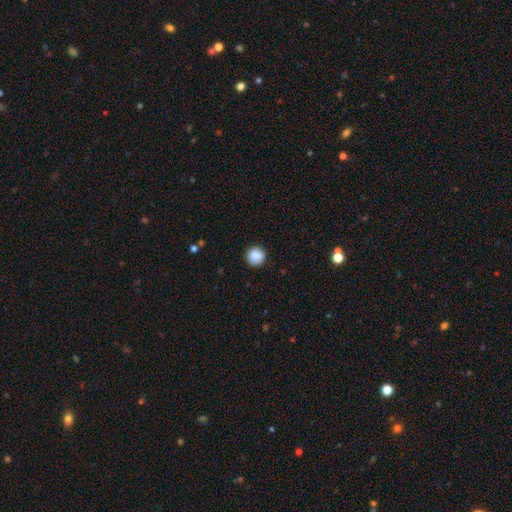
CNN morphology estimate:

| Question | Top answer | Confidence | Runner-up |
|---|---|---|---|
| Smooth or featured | smooth | 88% | star or artifact (9%) |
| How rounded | round | 94% | in between (5%) |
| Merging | none | 90% | minor disturbance (7%) |